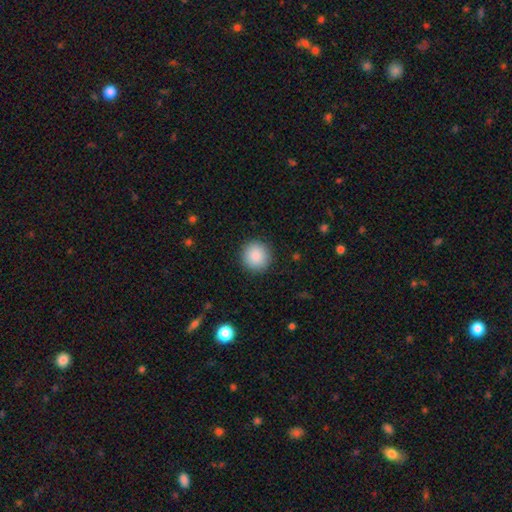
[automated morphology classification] Overall: smooth (89%). How rounded: round (93%). Merging: none (91%).